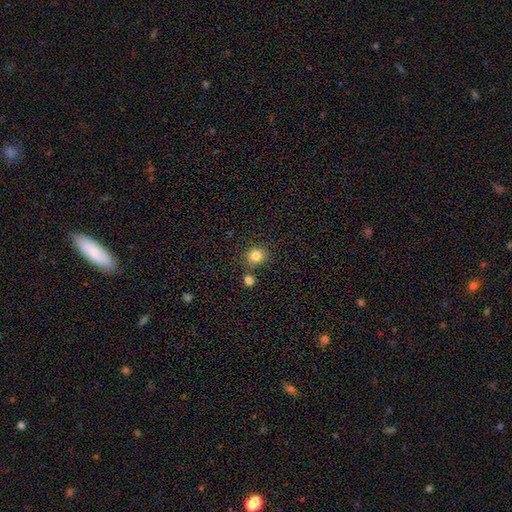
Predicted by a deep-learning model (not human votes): Smooth or featured? Predicted: smooth (p=0.83). How rounded? Predicted: round (p=0.80). Merging? Predicted: none (p=0.76).